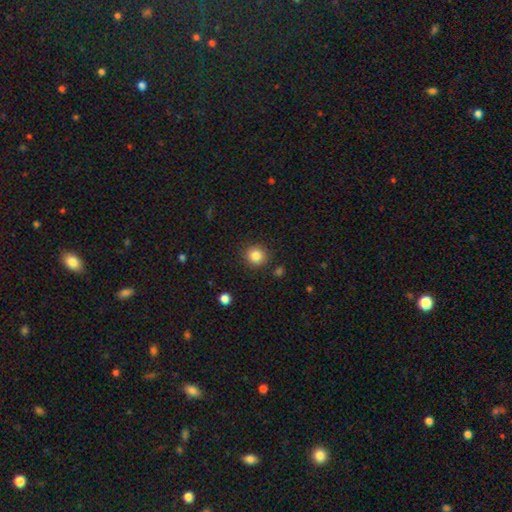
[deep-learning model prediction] A smooth galaxy with no disk features (85%) that is round (89%). Merging: none (88%).